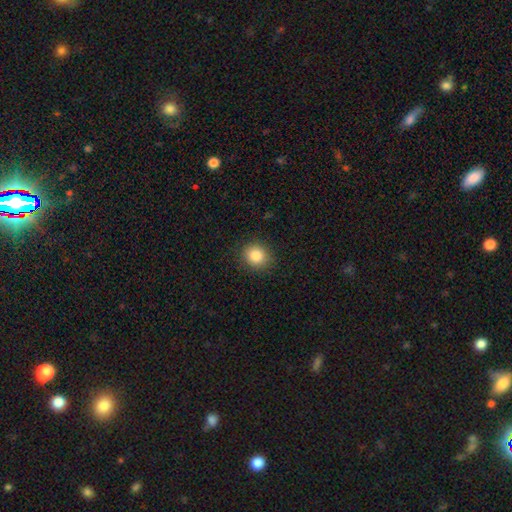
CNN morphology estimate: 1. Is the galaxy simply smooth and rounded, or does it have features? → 85% smooth, 10% star or artifact, 5% featured or disk.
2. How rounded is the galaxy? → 82% round, 17% in between, 1% cigar-shaped.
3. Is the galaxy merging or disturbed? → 89% none, 7% minor disturbance, 2% major disturbance, 1% merger.